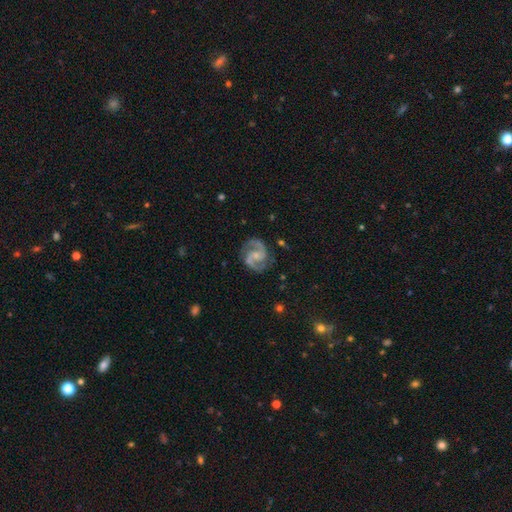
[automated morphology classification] type=featured or disk (92%); edge-on=no (98%); bar=no (51%); spiral arms=yes (98%); winding=medium (63%); arm count=2 (94%); bulge=small (51%); merging=none (81%).